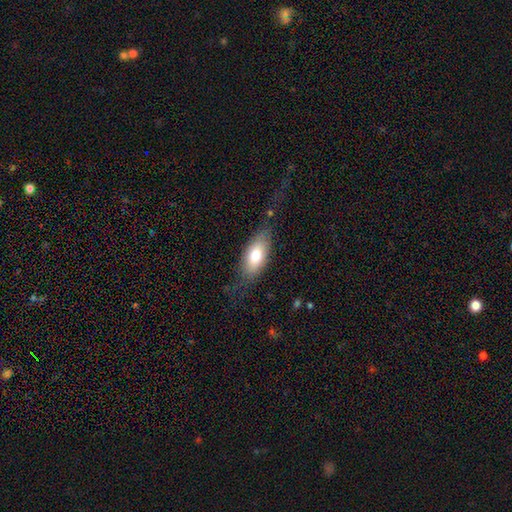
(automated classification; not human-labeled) smooth-or-featured: smooth: 72% | featured or disk: 21% | star or artifact: 7%
  how-rounded: in between: 83% | cigar-shaped: 13% | round: 3%
  merging: none: 66% | minor disturbance: 22% | major disturbance: 10% | merger: 2%